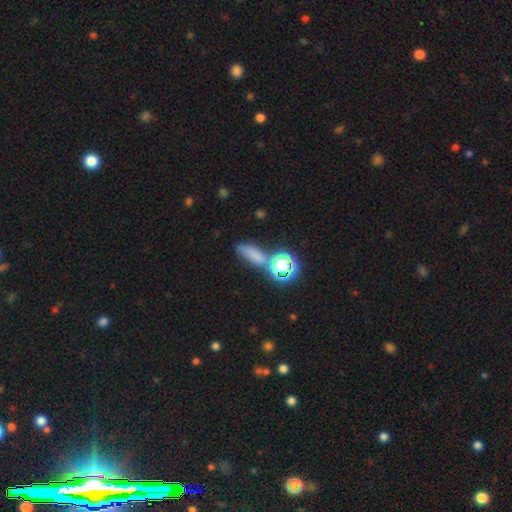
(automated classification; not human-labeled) Morphology: type=smooth (64%); roundness=in between (51%); merging=none (57%).